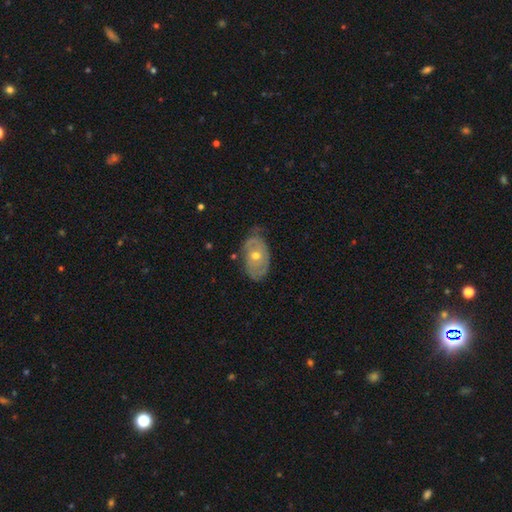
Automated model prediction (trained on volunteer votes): Q: Smooth or featured?
A: featured or disk (64%); runner-up: smooth (29%)
Q: Edge-on disk?
A: no (92%); runner-up: yes (8%)
Q: Bar?
A: no (82%); runner-up: weak (14%)
Q: Spiral arms?
A: yes (58%); runner-up: no (42%)
Q: Bulge size?
A: moderate (61%); runner-up: small (35%)
Q: Merging?
A: none (62%); runner-up: minor disturbance (29%)